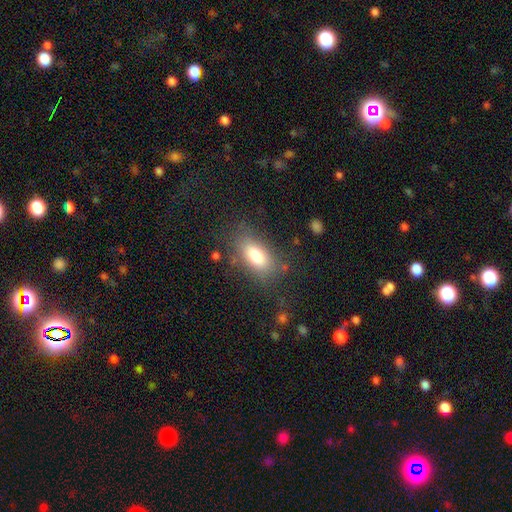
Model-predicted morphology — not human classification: The model was most divided on "merging": none: 76%, minor disturbance: 15%, major disturbance: 7%, merger: 2%. More confident: how rounded — in between (87%); smooth or featured — smooth (77%).